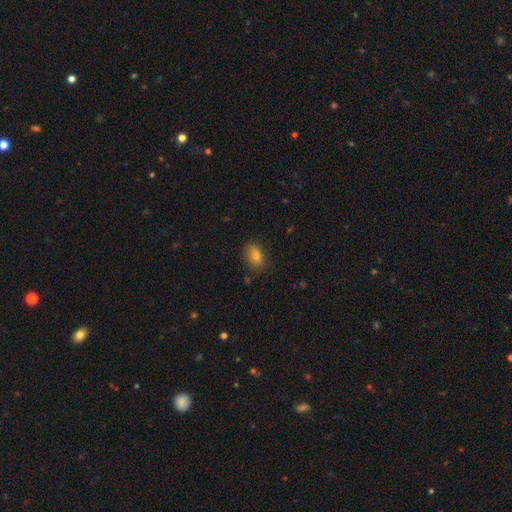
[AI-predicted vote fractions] smooth_or_featured: smooth (p=0.80) [alt: star or artifact p=0.13]
how_rounded: in between (p=0.81) [alt: round p=0.17]
merging: none (p=0.83) [alt: minor disturbance p=0.13]